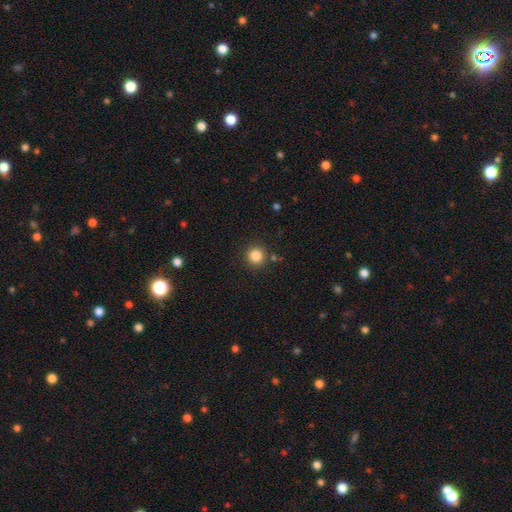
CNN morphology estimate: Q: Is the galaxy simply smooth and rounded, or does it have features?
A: smooth — 84%.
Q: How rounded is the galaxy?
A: round — 94%.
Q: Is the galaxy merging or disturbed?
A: none — 88%.